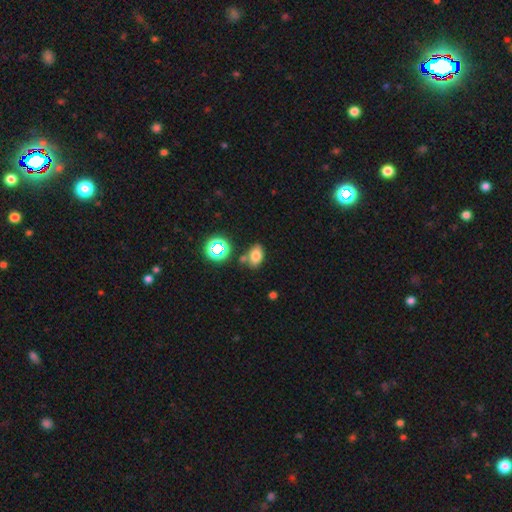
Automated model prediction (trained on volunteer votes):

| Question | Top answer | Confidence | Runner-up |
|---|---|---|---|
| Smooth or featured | smooth | 73% | star or artifact (17%) |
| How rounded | in between | 83% | round (16%) |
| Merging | none | 70% | minor disturbance (15%) |